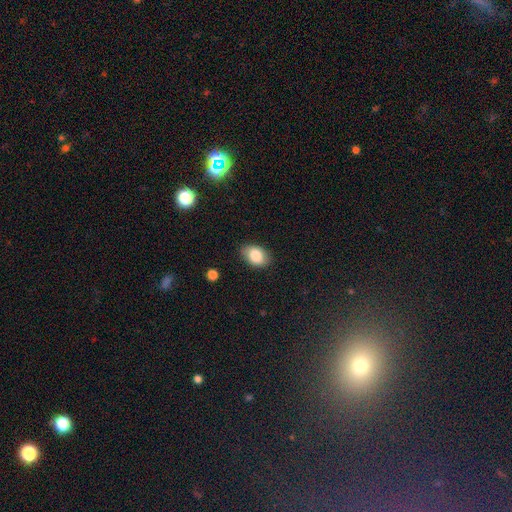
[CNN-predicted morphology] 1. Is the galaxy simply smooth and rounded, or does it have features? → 84% smooth, 8% featured or disk, 7% star or artifact.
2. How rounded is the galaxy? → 85% in between, 14% round, 1% cigar-shaped.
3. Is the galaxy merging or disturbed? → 82% none, 14% minor disturbance, 3% major disturbance, 1% merger.